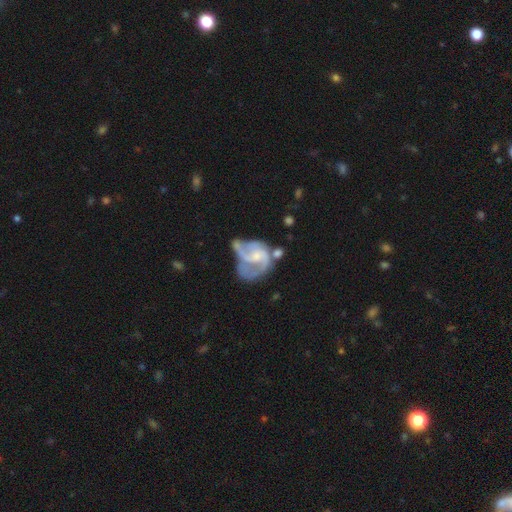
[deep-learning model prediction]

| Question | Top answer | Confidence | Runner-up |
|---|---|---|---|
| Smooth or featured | featured or disk | 82% | smooth (12%) |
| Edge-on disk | no | 98% | yes (2%) |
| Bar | no | 58% | weak (35%) |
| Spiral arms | yes | 89% | no (11%) |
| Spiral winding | medium | 50% | loose (28%) |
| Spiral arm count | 2 | 42% | 3 (30%) |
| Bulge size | small | 56% | moderate (26%) |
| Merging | major disturbance | 36% | none (29%) |